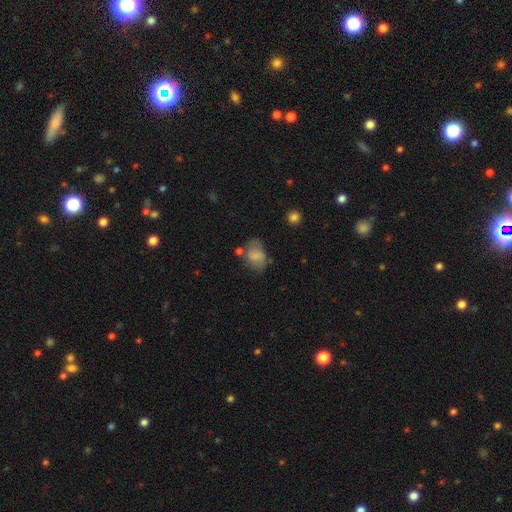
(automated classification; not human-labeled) smooth 66%, featured or disk 25%, star or artifact 9%. Down the decision tree: how rounded — in between (72%); merging — none (52%).